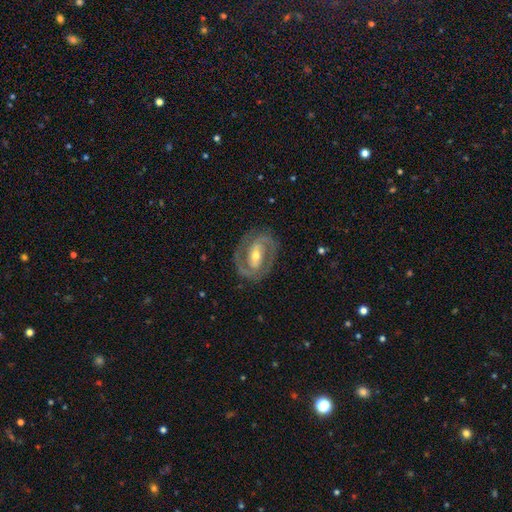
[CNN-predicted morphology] featured or disk 86%, smooth 10%, star or artifact 5%. Down the decision tree: edge-on disk — no (96%); bar — strong (44%); spiral arms — yes (89%); spiral arm count — 2 (88%); spiral winding — medium (45%); bulge size — moderate (56%); merging — none (82%).